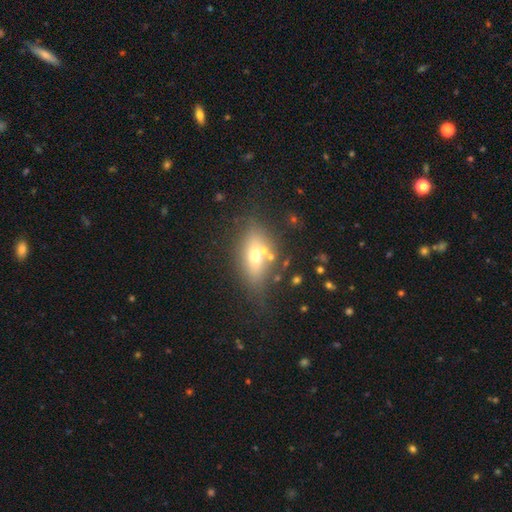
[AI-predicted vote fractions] A smooth galaxy with no disk features (55%) that is in between round and cigar-shaped (75%).

Vote fractions:
- Smooth or featured? smooth: 55% / featured or disk: 32% / star or artifact: 13%
- How rounded? in between: 75% / cigar-shaped: 12% / round: 12%
- Merging? none: 61% / merger: 16% / minor disturbance: 16% / major disturbance: 8%